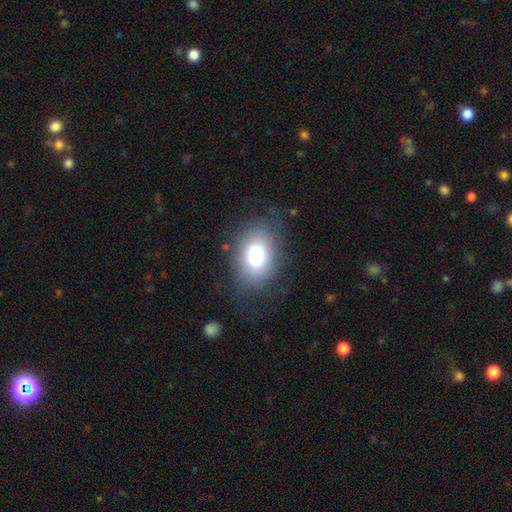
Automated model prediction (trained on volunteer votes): smooth 73%, featured or disk 18%, star or artifact 9%. Down the decision tree: how rounded — in between (84%); merging — none (69%).